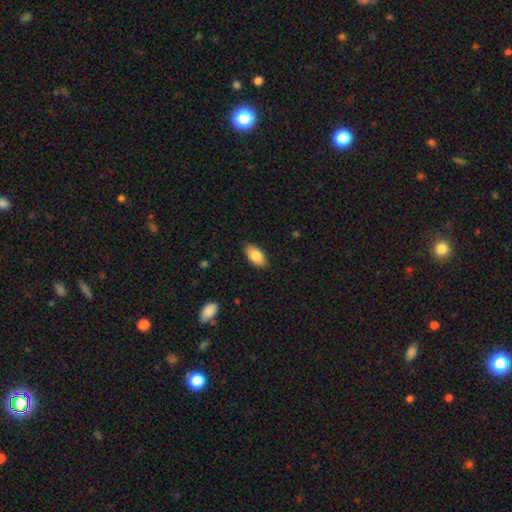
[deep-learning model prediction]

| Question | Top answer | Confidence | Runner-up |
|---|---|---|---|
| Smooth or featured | smooth | 83% | featured or disk (11%) |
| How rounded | in between | 93% | cigar-shaped (5%) |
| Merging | none | 87% | minor disturbance (10%) |